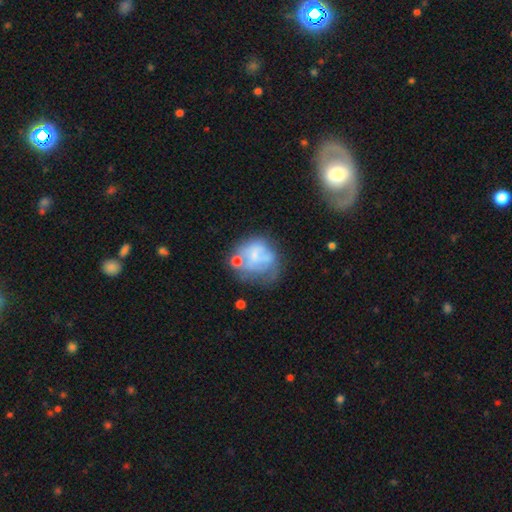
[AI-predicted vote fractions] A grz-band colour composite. It shows a featured or disk galaxy (47%). Merging: none (35%).